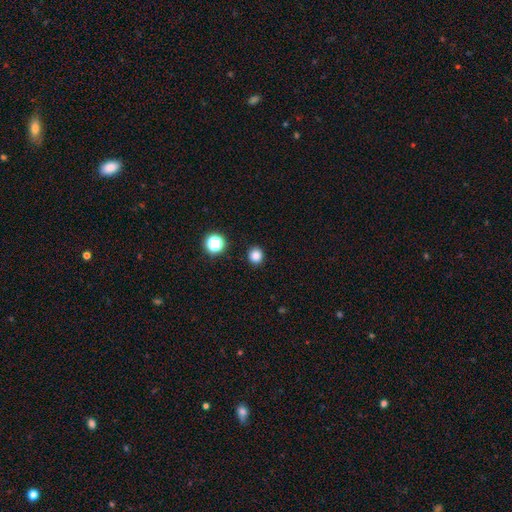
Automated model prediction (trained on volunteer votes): smooth-or-featured: smooth: 83% | star or artifact: 13% | featured or disk: 3%
  how-rounded: round: 89% | in between: 10% | cigar-shaped: 1%
  merging: none: 91% | minor disturbance: 5% | major disturbance: 2% | merger: 1%